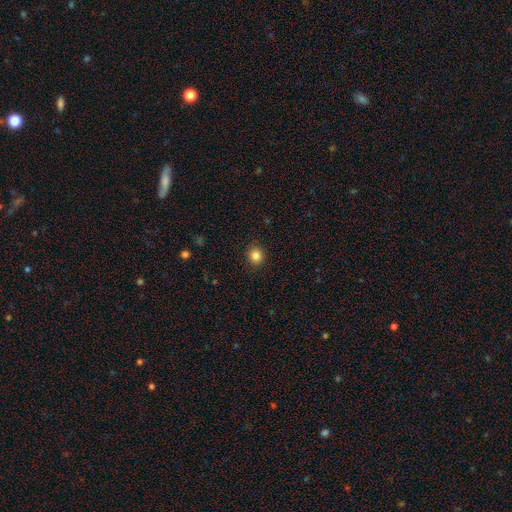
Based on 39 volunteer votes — This is clearly a smooth galaxy (82%). How rounded: likely round (69%). Merging: clearly none (89%).